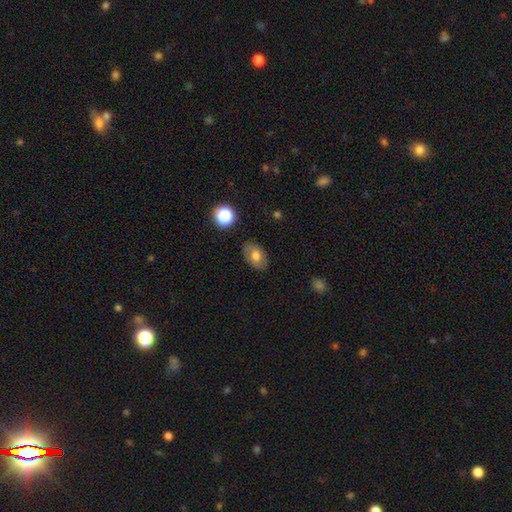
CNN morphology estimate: A smooth galaxy with no disk features (70%) that is in between round and cigar-shaped (87%).

Vote fractions:
- Smooth or featured? smooth: 70% / featured or disk: 22% / star or artifact: 9%
- How rounded? in between: 87% / round: 12% / cigar-shaped: 1%
- Merging? none: 83% / minor disturbance: 12% / major disturbance: 3% / merger: 2%